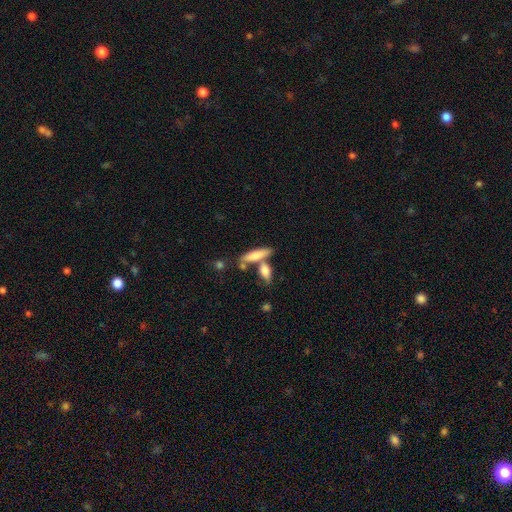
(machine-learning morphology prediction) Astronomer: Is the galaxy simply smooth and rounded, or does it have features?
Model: smooth — 71%.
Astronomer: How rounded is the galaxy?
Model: cigar-shaped — 58% (runner-up: in between, 38%).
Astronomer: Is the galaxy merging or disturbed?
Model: none — 55%.